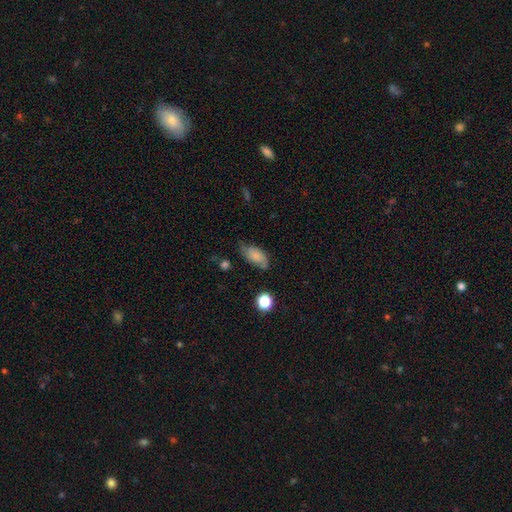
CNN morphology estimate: This appears to be a smooth galaxy with no disk features (65%) that is in between round and cigar-shaped (89%). Merging: none (59%).